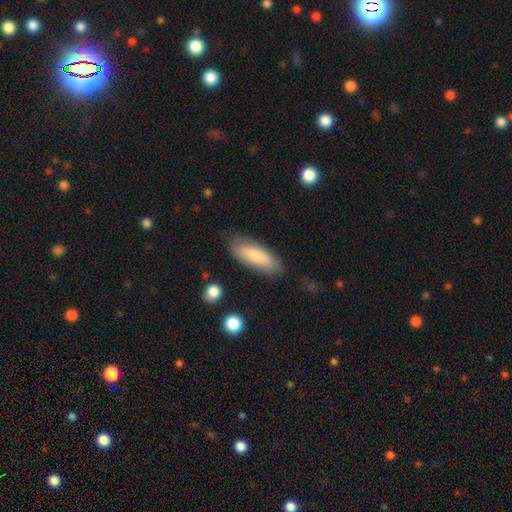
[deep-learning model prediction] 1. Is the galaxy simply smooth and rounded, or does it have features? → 73% smooth, 21% featured or disk, 6% star or artifact.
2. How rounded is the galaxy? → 64% in between, 34% cigar-shaped, 2% round.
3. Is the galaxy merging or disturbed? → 80% none, 15% minor disturbance, 3% major disturbance, 2% merger.